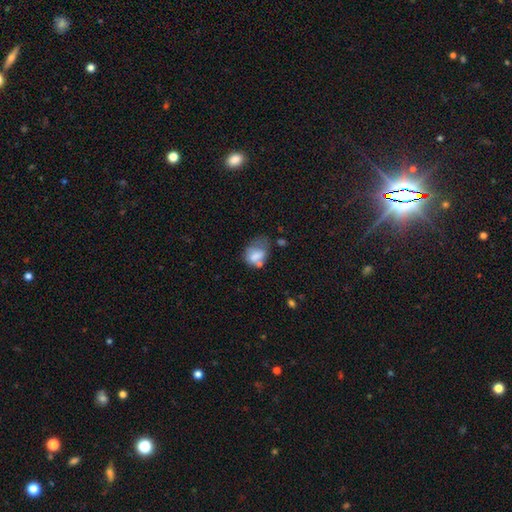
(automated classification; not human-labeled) A smooth galaxy with no disk features (68%) that is in between round and cigar-shaped (70%). Merging: minor disturbance (31%).